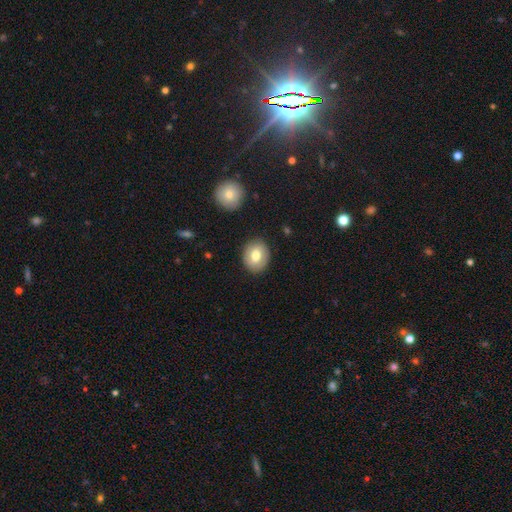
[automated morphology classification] Q: Smooth or featured?
A: smooth (72%); runner-up: featured or disk (20%)
Q: How rounded?
A: round (55%); runner-up: in between (44%)
Q: Merging?
A: none (87%); runner-up: minor disturbance (9%)